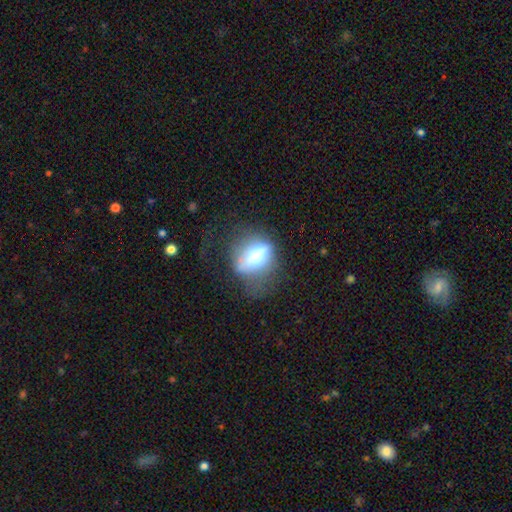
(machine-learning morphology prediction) The model was most divided on "smooth or featured": smooth: 50%, featured or disk: 39%, star or artifact: 10%. Remaining: how rounded — in between (57%); merging — none (46%).